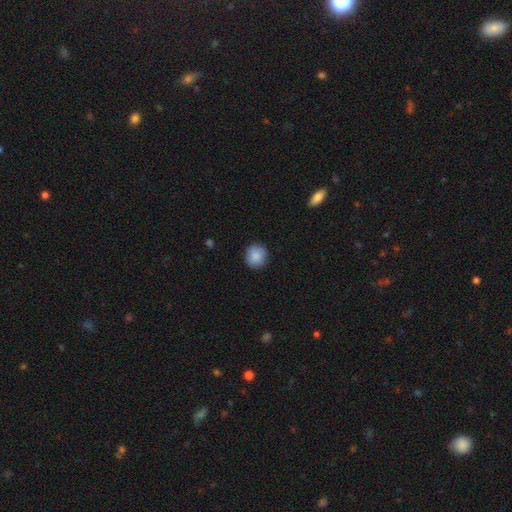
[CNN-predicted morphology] A smooth galaxy with no disk features (87%) that is round (90%). Merging: none (89%).